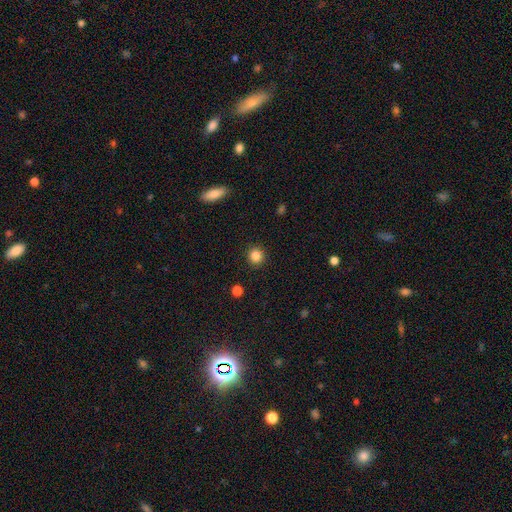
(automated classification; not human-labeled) A smooth galaxy with no disk features (85%) that is round (93%).

Vote fractions:
- Smooth or featured? smooth: 85% / star or artifact: 11% / featured or disk: 4%
- How rounded? round: 93% / in between: 6% / cigar-shaped: 1%
- Merging? none: 92% / minor disturbance: 5% / major disturbance: 2% / merger: 1%